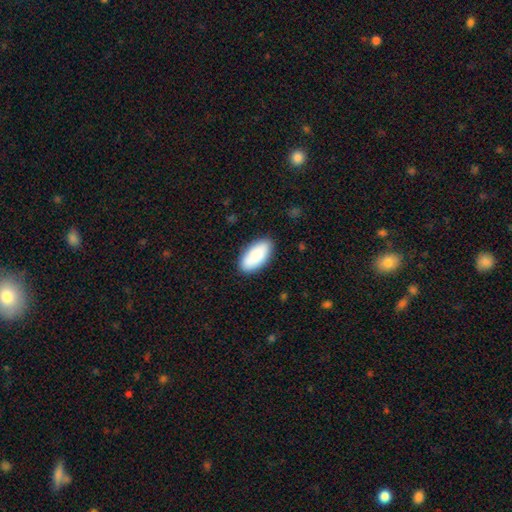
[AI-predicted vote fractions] The model was most divided on "merging": none: 85%, minor disturbance: 11%, major disturbance: 2%, merger: 1%. More confident: how rounded — in between (93%); smooth or featured — smooth (88%).